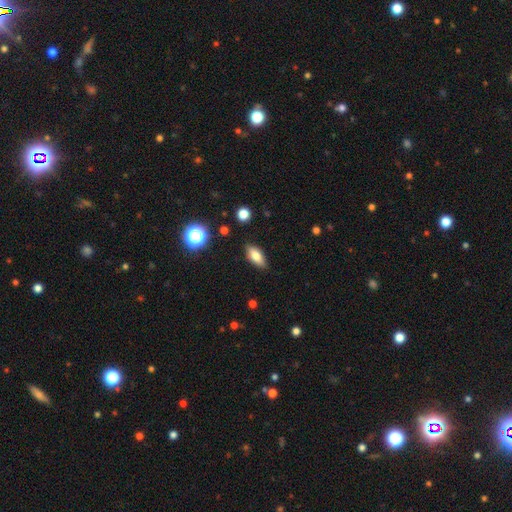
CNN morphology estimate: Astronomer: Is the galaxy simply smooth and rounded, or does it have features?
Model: smooth — 77%.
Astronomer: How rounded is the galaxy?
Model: in between — 83%.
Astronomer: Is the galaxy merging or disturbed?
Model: none — 86%.